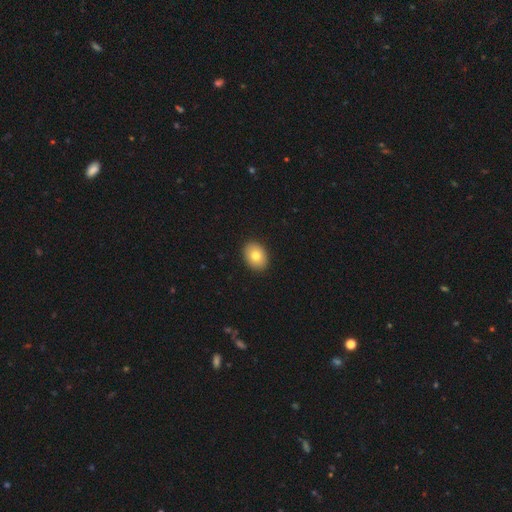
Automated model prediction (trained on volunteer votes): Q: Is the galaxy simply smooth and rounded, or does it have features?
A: smooth — 79%.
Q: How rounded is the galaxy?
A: in between — 70%.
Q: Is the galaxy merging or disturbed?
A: none — 91%.